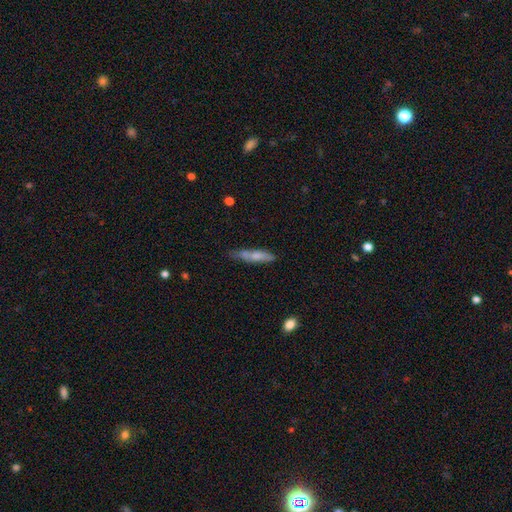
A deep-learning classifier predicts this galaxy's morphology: Smooth or featured?
  - smooth: 64% *
  - featured or disk: 29%
  - star or artifact: 7%
How rounded?
  - cigar-shaped: 79% *
  - in between: 19%
  - round: 2%
Merging?
  - none: 55% *
  - minor disturbance: 27%
  - merger: 10%
  - major disturbance: 9%